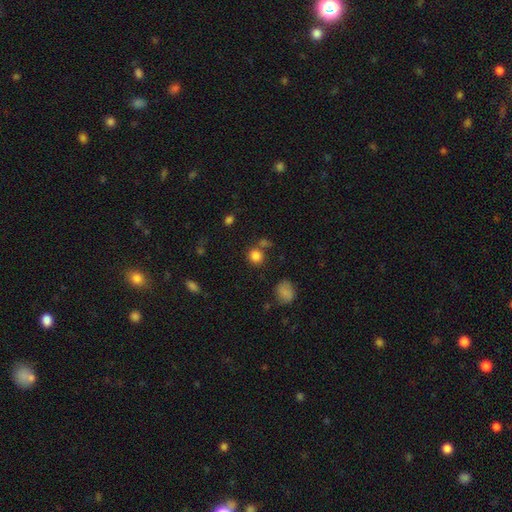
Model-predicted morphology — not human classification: Smooth or featured? Predicted: smooth (p=0.82). How rounded? Predicted: round (p=0.87). Merging? Predicted: none (p=0.70).